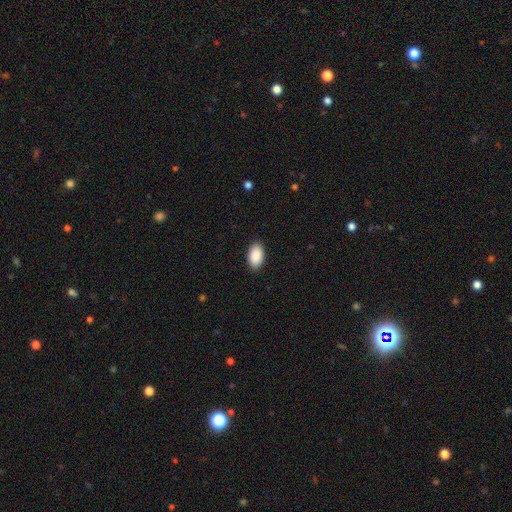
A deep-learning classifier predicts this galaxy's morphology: Smooth or featured? smooth (91%)
How rounded? in between (95%)
Merging? none (89%)